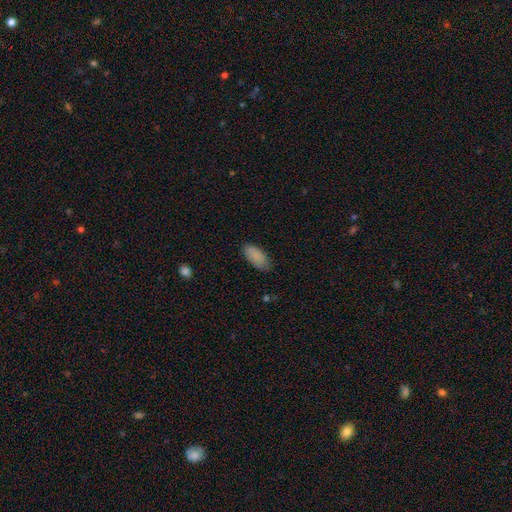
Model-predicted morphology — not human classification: A smooth galaxy with no disk features (88%) that is in between round and cigar-shaped (92%).

Vote fractions:
- Smooth or featured? smooth: 88% / star or artifact: 7% / featured or disk: 6%
- How rounded? in between: 92% / cigar-shaped: 6% / round: 2%
- Merging? none: 74% / minor disturbance: 21% / major disturbance: 4% / merger: 1%